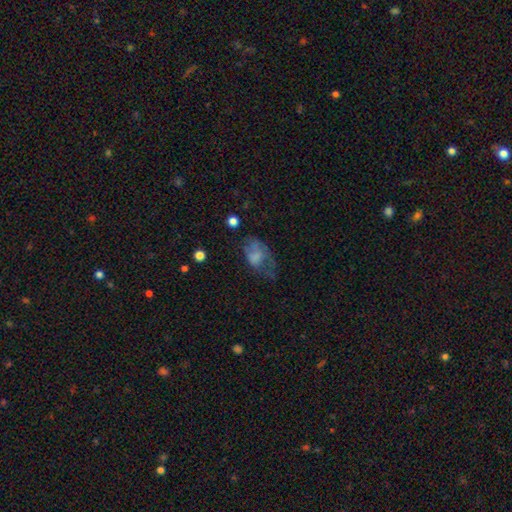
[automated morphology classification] type=smooth (60%); roundness=in between (85%); merging=major disturbance (45%).